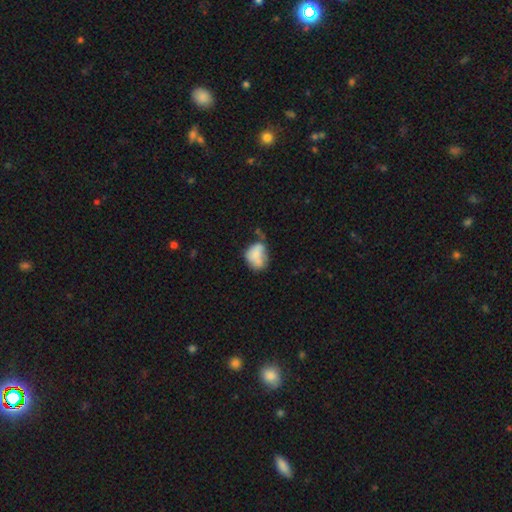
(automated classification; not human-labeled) The model was most divided on "merging": minor disturbance: 32%, none: 31%, merger: 20%, major disturbance: 17%. More confident: smooth or featured — smooth (69%); how rounded — in between (63%).